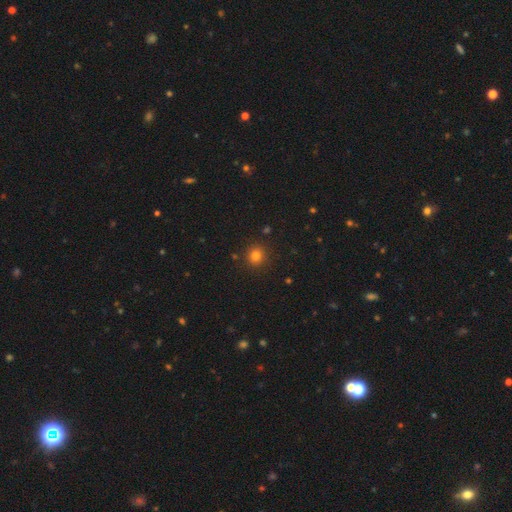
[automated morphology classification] Q: Smooth or featured?
A: smooth (80%); runner-up: star or artifact (14%)
Q: How rounded?
A: round (88%); runner-up: in between (11%)
Q: Merging?
A: none (90%); runner-up: minor disturbance (7%)